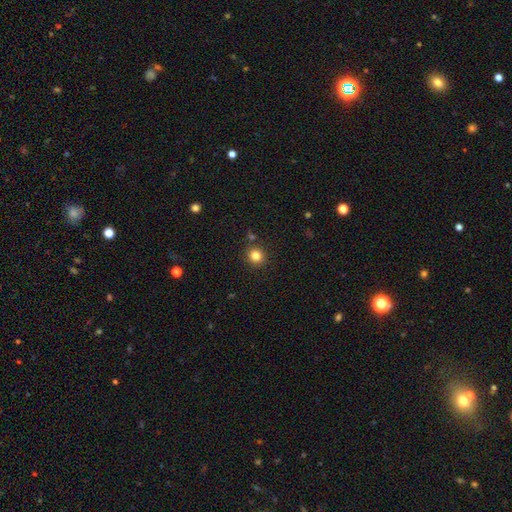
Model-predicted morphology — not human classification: Q: Smooth or featured?
A: smooth (82%); runner-up: star or artifact (12%)
Q: How rounded?
A: round (87%); runner-up: in between (12%)
Q: Merging?
A: none (86%); runner-up: minor disturbance (7%)